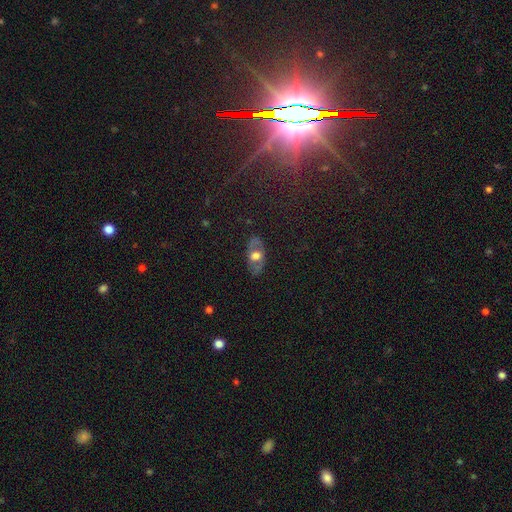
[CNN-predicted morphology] This appears to be a featured or disk galaxy (50%). Merging: none (80%).